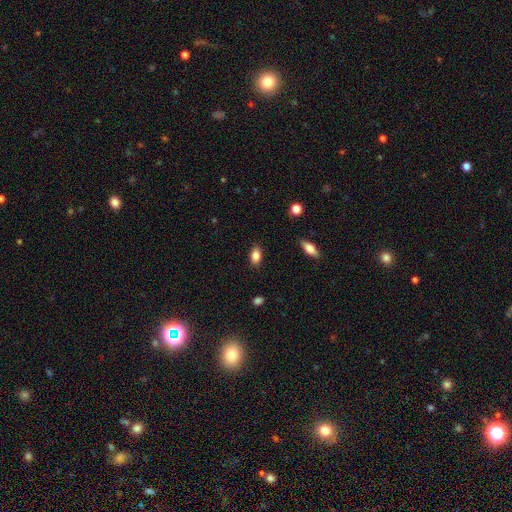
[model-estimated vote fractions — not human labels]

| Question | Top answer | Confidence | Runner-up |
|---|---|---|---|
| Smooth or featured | smooth | 84% | star or artifact (8%) |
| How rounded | in between | 86% | round (10%) |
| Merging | none | 85% | minor disturbance (11%) |